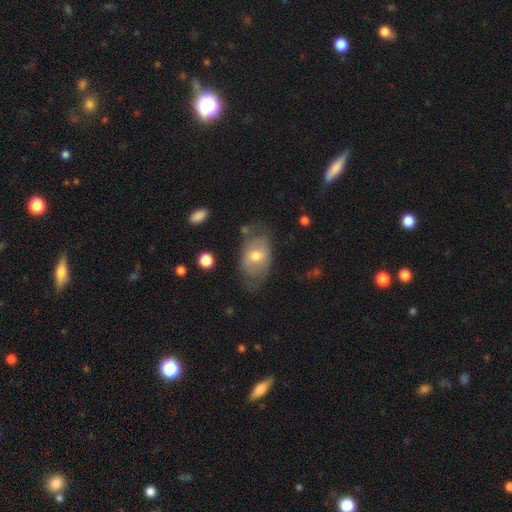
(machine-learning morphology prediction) Smooth or featured: smooth — 52% (featured or disk — 41%)
How rounded: in between — 85% (round — 13%)
Merging: none — 59% (minor disturbance — 27%)